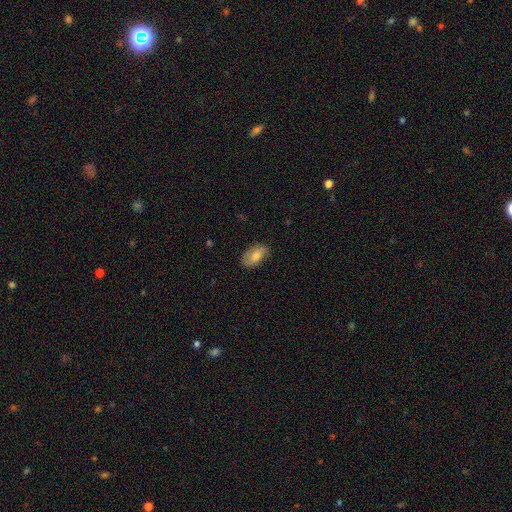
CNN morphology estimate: type=smooth (71%); roundness=in between (93%); merging=none (79%).